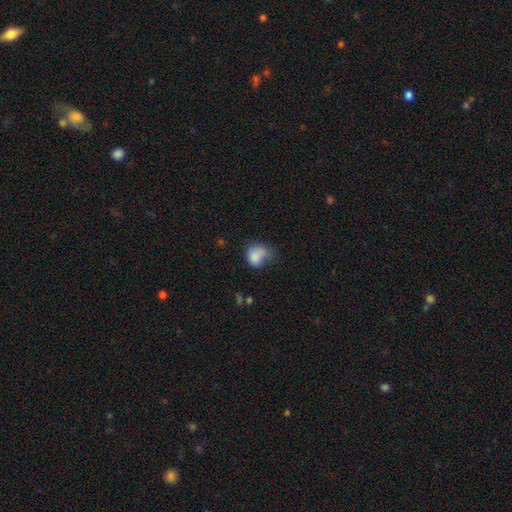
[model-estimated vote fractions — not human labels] smooth 81%, featured or disk 11%, star or artifact 9%. Down the decision tree: how rounded — round (54%); merging — minor disturbance (33%).